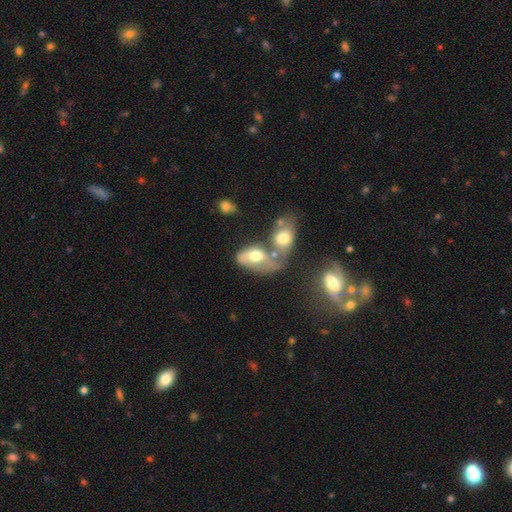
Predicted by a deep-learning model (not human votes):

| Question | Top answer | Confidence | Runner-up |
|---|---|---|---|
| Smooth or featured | smooth | 57% | featured or disk (34%) |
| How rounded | in between | 87% | round (10%) |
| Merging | merger | 57% | none (17%) |